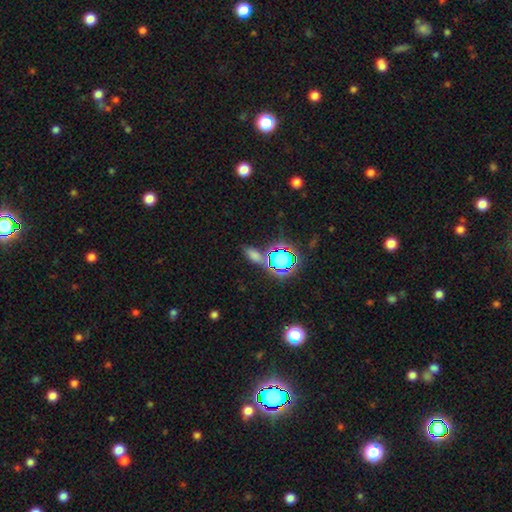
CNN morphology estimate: Smooth or featured? smooth (44%, tied with star or artifact)
Merging? none (70%)